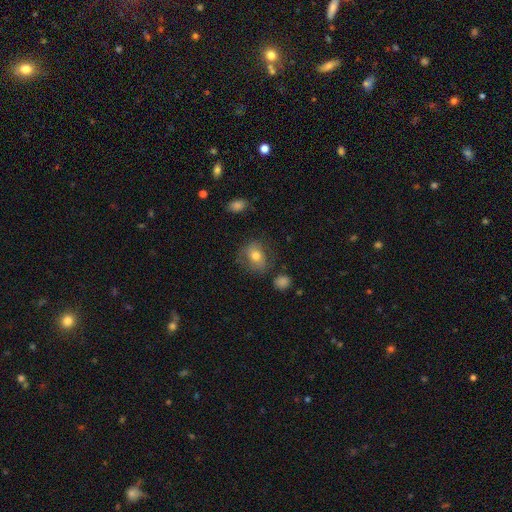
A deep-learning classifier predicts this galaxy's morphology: Smooth or featured: smooth — 68% (featured or disk — 23%)
How rounded: round — 53% (in between — 46%)
Merging: none — 64% (minor disturbance — 23%)